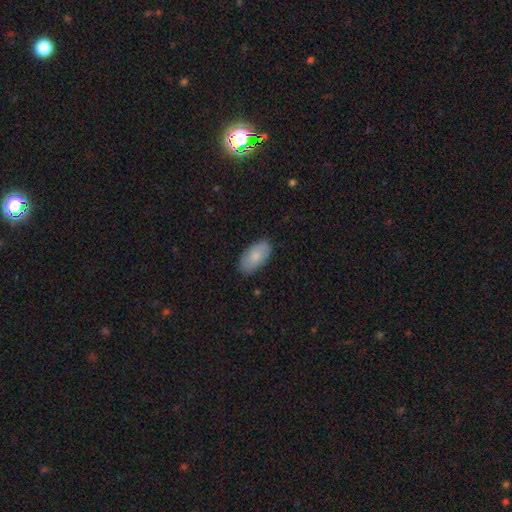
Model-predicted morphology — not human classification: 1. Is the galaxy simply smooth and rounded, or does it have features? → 80% smooth, 14% featured or disk, 6% star or artifact.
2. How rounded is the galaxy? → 95% in between, 3% cigar-shaped, 2% round.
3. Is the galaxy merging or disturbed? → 85% none, 12% minor disturbance, 2% major disturbance, 1% merger.